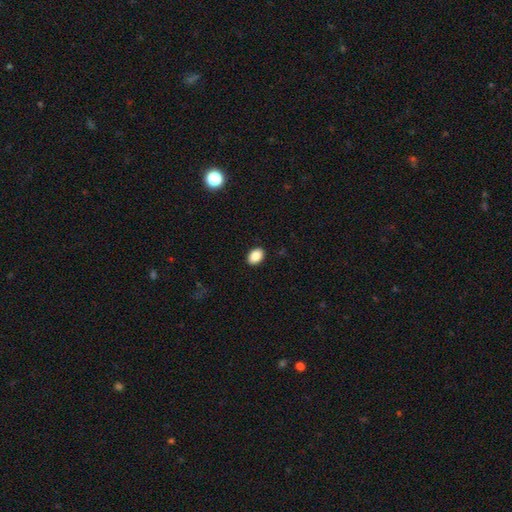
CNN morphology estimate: Overall: smooth (88%). How rounded: in between (81%). Merging: none (90%).